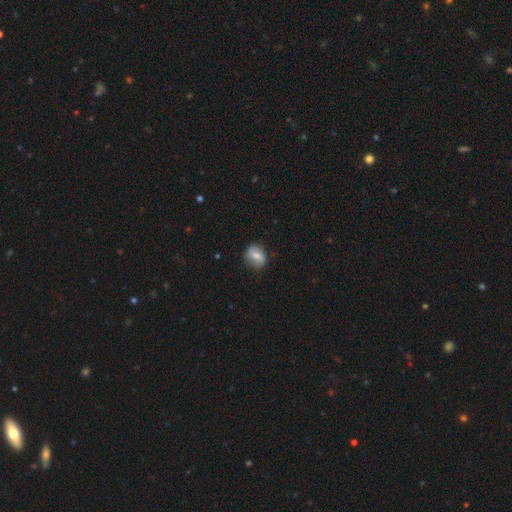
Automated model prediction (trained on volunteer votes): Smooth or featured? smooth (60%)
How rounded? in between (49%, tied with round)
Merging? none (78%)